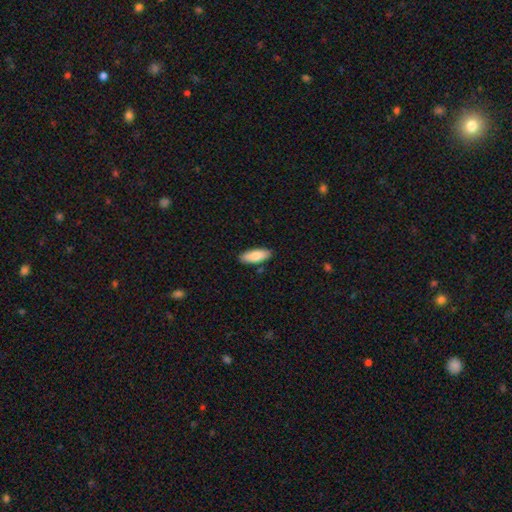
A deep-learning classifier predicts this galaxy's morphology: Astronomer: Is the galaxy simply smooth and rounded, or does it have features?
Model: smooth — 85%.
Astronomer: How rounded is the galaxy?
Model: in between — 73%.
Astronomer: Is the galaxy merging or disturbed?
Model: none — 87%.